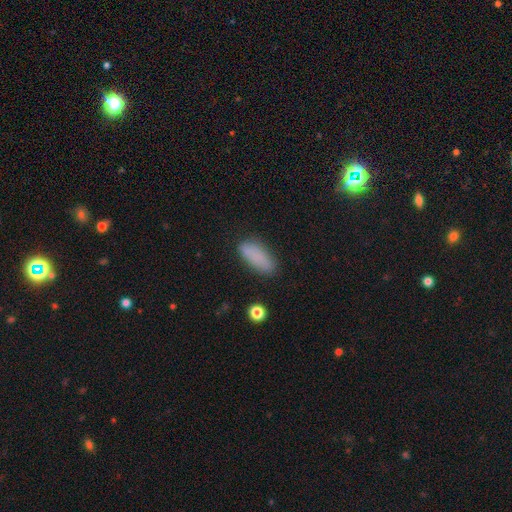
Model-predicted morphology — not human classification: smooth 84%, star or artifact 9%, featured or disk 7%. Down the decision tree: how rounded — in between (74%); merging — none (78%).